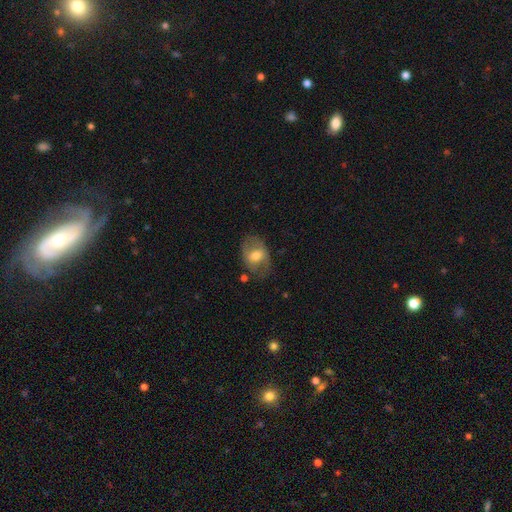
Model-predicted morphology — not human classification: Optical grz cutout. It shows a smooth galaxy with no disk features (52%) that is in between round and cigar-shaped (75%). Merging: none (63%).